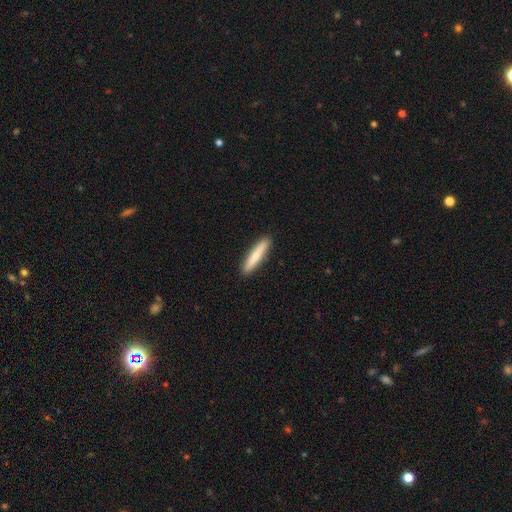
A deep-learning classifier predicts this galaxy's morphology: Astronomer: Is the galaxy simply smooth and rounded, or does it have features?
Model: smooth — 74%.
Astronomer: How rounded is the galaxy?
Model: cigar-shaped — 92%.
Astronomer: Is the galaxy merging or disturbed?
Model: none — 92%.